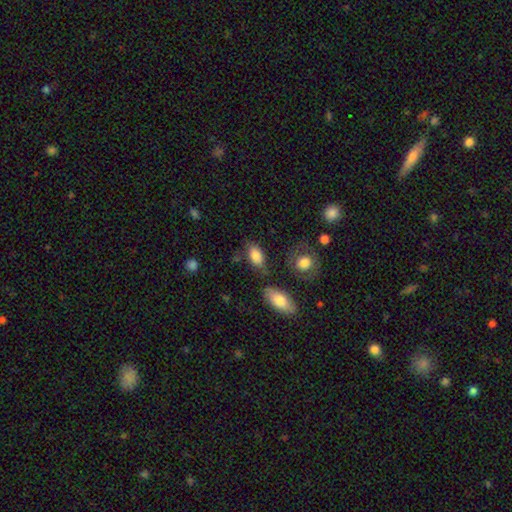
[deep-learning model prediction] Smooth or featured? smooth (84%)
How rounded? in between (91%)
Merging? none (68%)